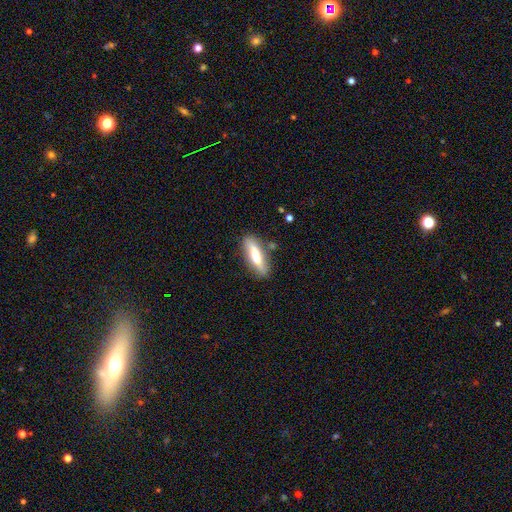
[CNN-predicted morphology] type=smooth (63%); roundness=cigar-shaped (66%); merging=none (79%).